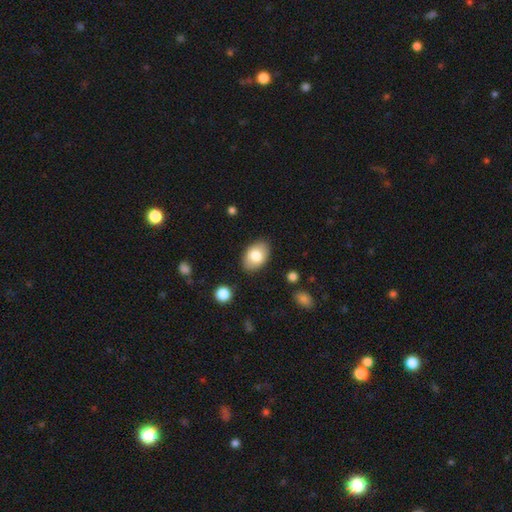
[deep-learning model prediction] The model was most divided on "smooth or featured": smooth: 80%, featured or disk: 13%, star or artifact: 7%. More confident: how rounded — in between (88%); merging — none (85%).